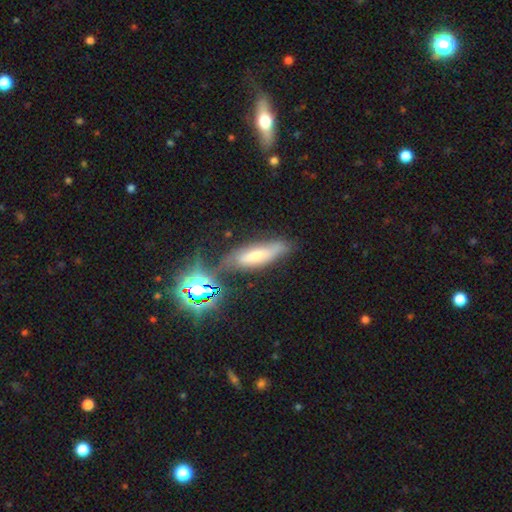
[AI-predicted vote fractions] The model was most divided on "smooth or featured": smooth: 46%, star or artifact: 28%, featured or disk: 27%. More confident: merging — none (61%).